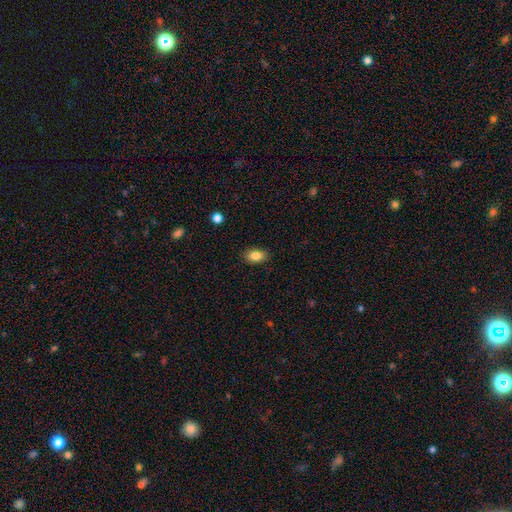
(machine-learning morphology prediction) This is clearly a smooth galaxy (85%). How rounded: clearly in between (87%). Merging: clearly none (87%).